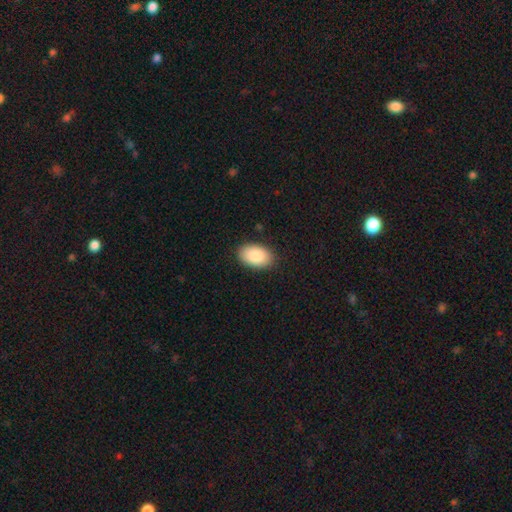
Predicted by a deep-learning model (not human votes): Smooth or featured? smooth (88%)
How rounded? in between (93%)
Merging? none (88%)